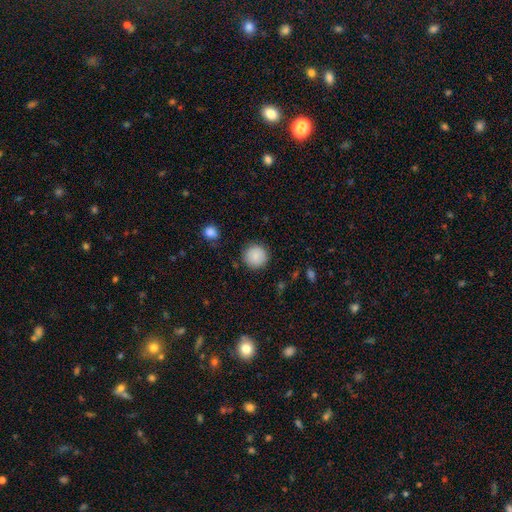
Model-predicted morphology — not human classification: Smooth or featured?
  - smooth: 87% *
  - star or artifact: 8%
  - featured or disk: 5%
How rounded?
  - round: 95% *
  - in between: 4%
  - cigar-shaped: 1%
Merging?
  - none: 88% *
  - minor disturbance: 8%
  - major disturbance: 3%
  - merger: 1%